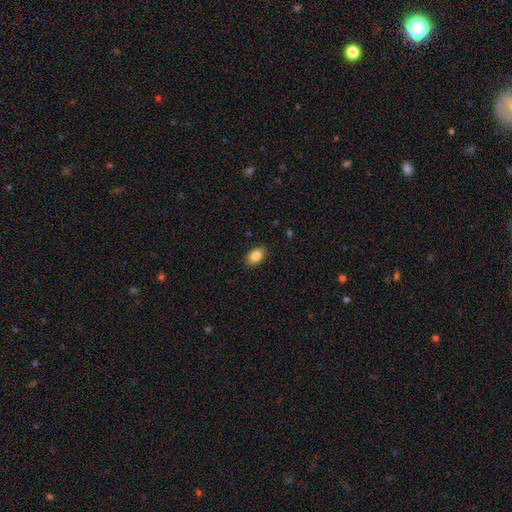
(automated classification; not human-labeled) smooth-or-featured: smooth: 85% | star or artifact: 8% | featured or disk: 7%
  how-rounded: in between: 86% | round: 12% | cigar-shaped: 2%
  merging: none: 87% | minor disturbance: 9% | major disturbance: 2% | merger: 1%